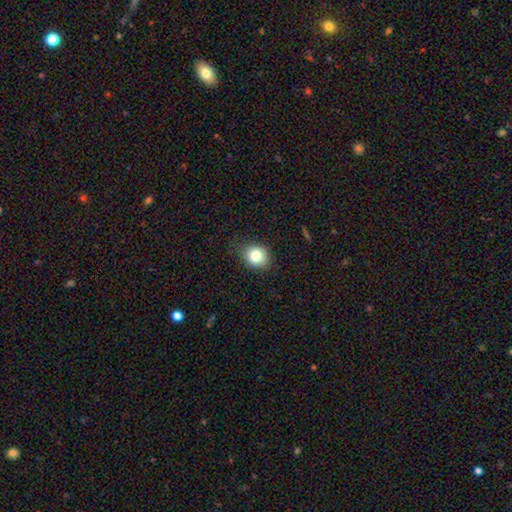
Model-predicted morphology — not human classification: type=smooth (81%); roundness=round (65%); merging=none (78%).